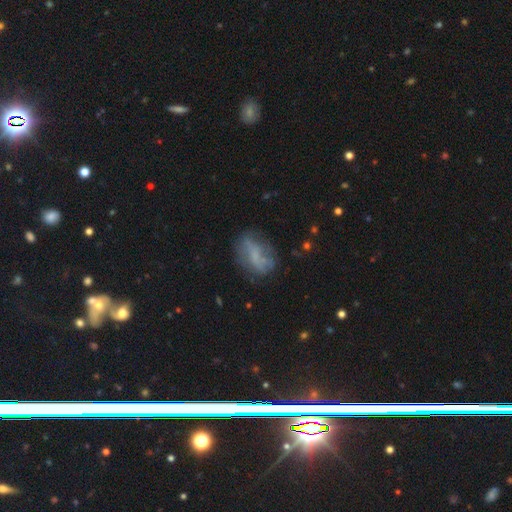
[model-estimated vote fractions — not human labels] smooth-or-featured: smooth: 50% | featured or disk: 39% | star or artifact: 12%
  merging: none: 55% | minor disturbance: 25% | major disturbance: 16% | merger: 4%